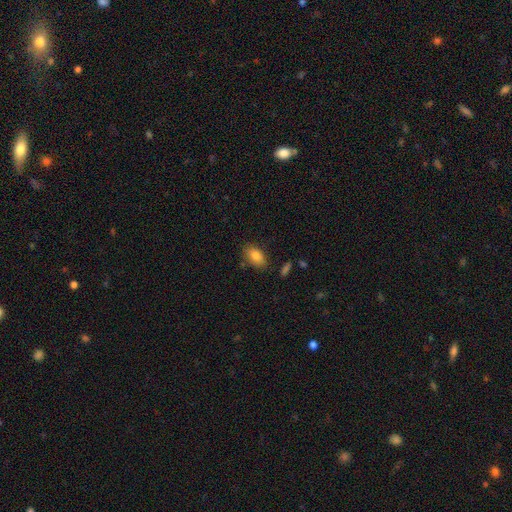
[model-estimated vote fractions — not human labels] This appears to be a smooth galaxy with no disk features (82%) that is in between round and cigar-shaped (88%). Merging: none (79%).